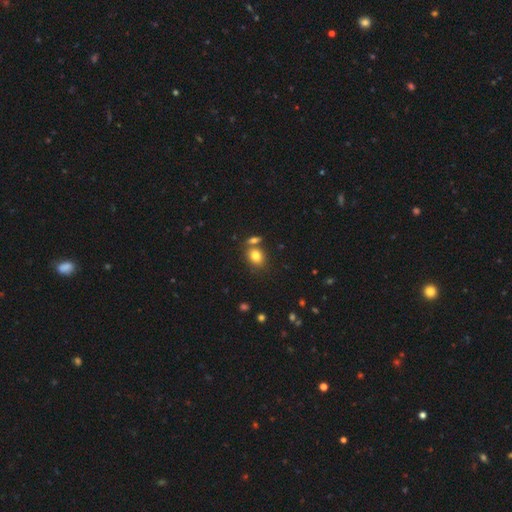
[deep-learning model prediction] Smooth or featured? Predicted: smooth (p=0.80). How rounded? Predicted: in between (p=0.56). Merging? Predicted: none (p=0.61).